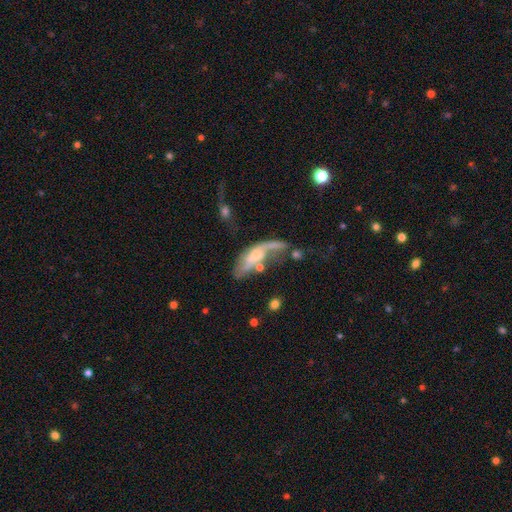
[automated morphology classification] smooth-or-featured: featured or disk: 57% | smooth: 34% | star or artifact: 8%
  disk-edge-on: no: 83% | yes: 17%
  merging: major disturbance: 38% | merger: 26% | none: 20% | minor disturbance: 16%